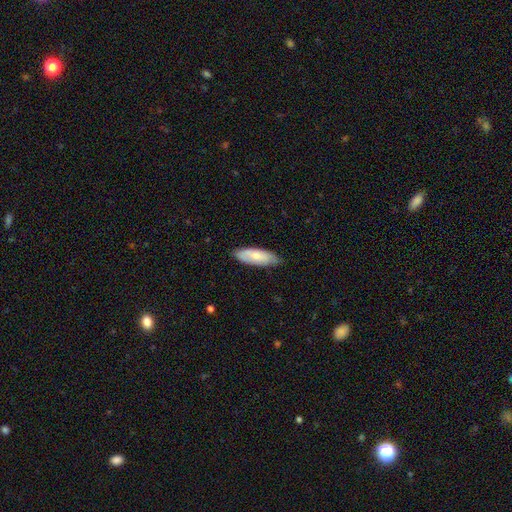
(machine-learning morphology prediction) smooth 69%, featured or disk 25%, star or artifact 5%. Down the decision tree: how rounded — in between (69%); merging — none (76%).